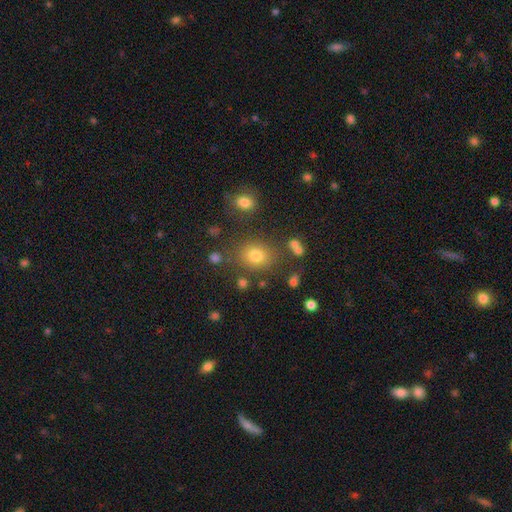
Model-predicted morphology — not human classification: smooth_or_featured: smooth (p=0.75) [alt: star or artifact p=0.17]
how_rounded: round (p=0.64) [alt: in between p=0.35]
merging: none (p=0.79) [alt: minor disturbance p=0.11]